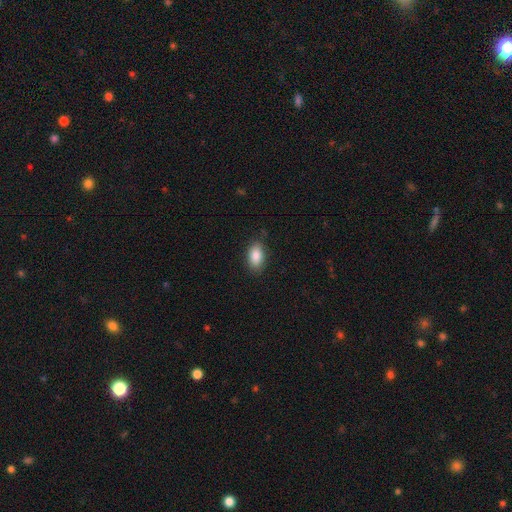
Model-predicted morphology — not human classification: smooth-or-featured: smooth: 88% | star or artifact: 7% | featured or disk: 5%
  how-rounded: in between: 92% | round: 5% | cigar-shaped: 3%
  merging: none: 84% | minor disturbance: 13% | major disturbance: 3% | merger: 1%